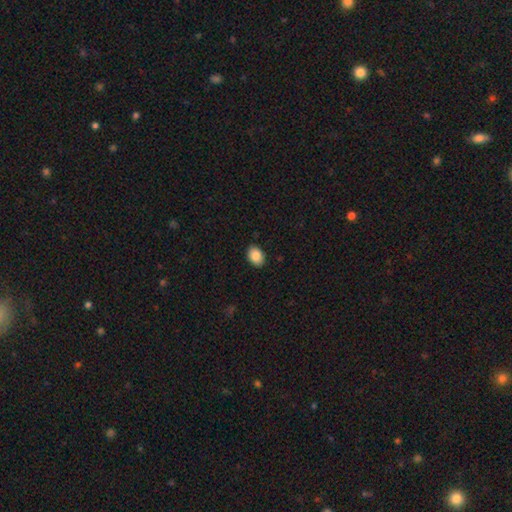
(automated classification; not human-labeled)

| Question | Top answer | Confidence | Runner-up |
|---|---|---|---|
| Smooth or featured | smooth | 88% | star or artifact (8%) |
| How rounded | in between | 79% | round (20%) |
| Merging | none | 89% | minor disturbance (8%) |